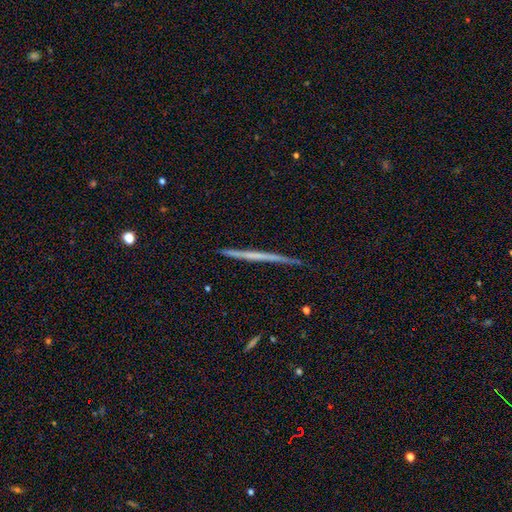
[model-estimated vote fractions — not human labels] This is possibly a featured or disk galaxy (58%). It is clearly viewed edge-on (98%). Edge-on bulge: clearly none (89%). Merging: clearly none (89%).